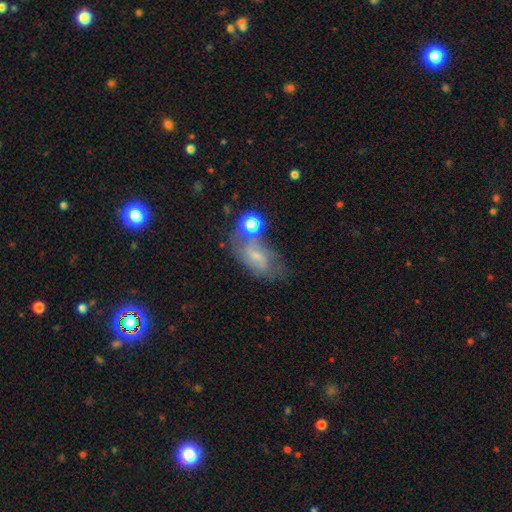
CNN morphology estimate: featured or disk 45%, smooth 42%, star or artifact 14%. Down the decision tree: merging — none (40%).